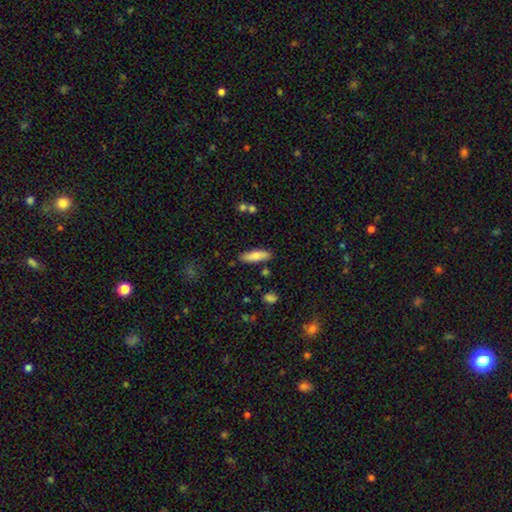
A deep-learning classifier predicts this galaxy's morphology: This appears to be a smooth galaxy with no disk features (80%) that is in between round and cigar-shaped (50%). Merging: none (83%).